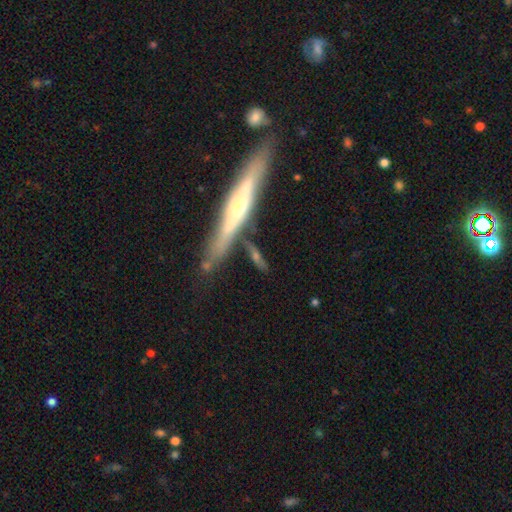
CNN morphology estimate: The model was most divided on "smooth or featured": featured or disk: 53%, smooth: 38%, star or artifact: 9%. More confident: edge-on disk — yes (82%); merging — none (61%).